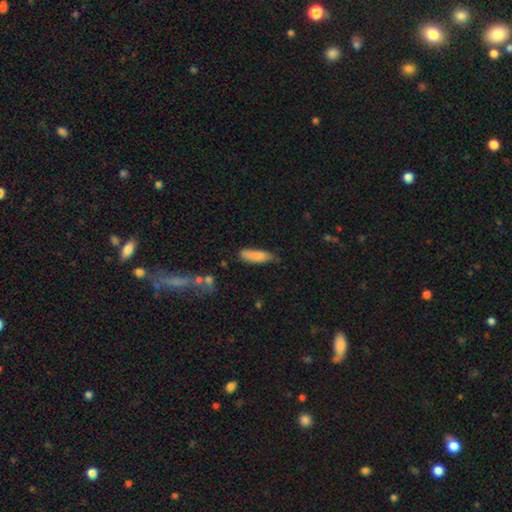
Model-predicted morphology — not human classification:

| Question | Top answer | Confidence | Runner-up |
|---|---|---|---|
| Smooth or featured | smooth | 85% | featured or disk (9%) |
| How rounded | cigar-shaped | 51% | in between (47%) |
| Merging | none | 61% | minor disturbance (30%) |